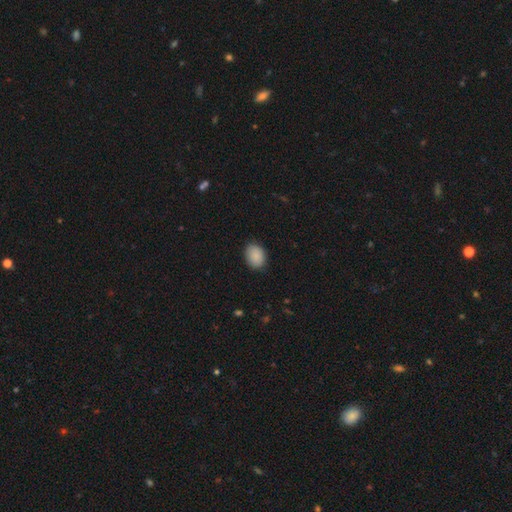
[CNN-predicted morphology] smooth-or-featured: smooth: 89% | star or artifact: 7% | featured or disk: 4%
  how-rounded: in between: 66% | round: 33% | cigar-shaped: 1%
  merging: none: 86% | minor disturbance: 11% | major disturbance: 2% | merger: 1%